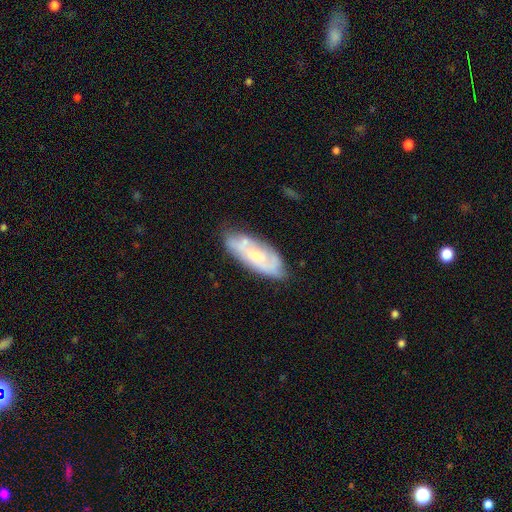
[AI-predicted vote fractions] Morphology: type=featured or disk (58%); edge-on=no (86%); bar=no (72%); spiral arms=yes (66%); bulge=small (55%); merging=none (68%).